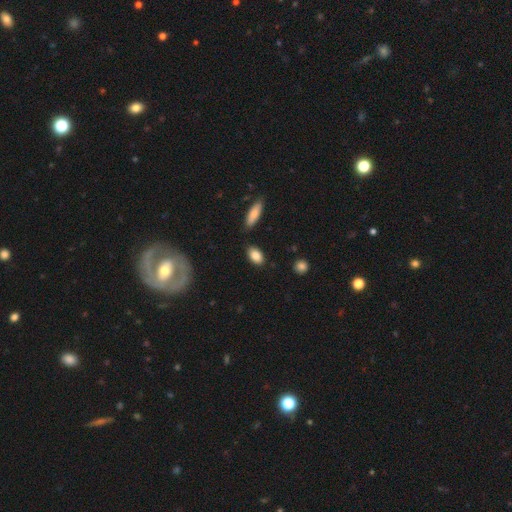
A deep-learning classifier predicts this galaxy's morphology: Overall: smooth (87%). How rounded: in between (88%). Merging: none (82%).